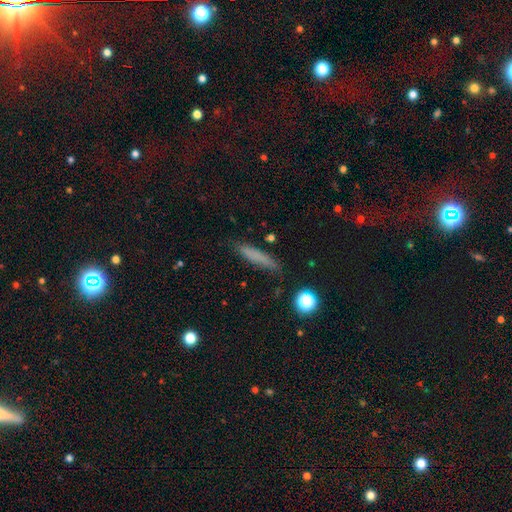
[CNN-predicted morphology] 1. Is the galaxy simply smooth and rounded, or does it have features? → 74% smooth, 15% featured or disk, 10% star or artifact.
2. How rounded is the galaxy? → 85% cigar-shaped, 13% in between, 2% round.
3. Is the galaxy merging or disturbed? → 82% none, 13% minor disturbance, 3% major disturbance, 2% merger.